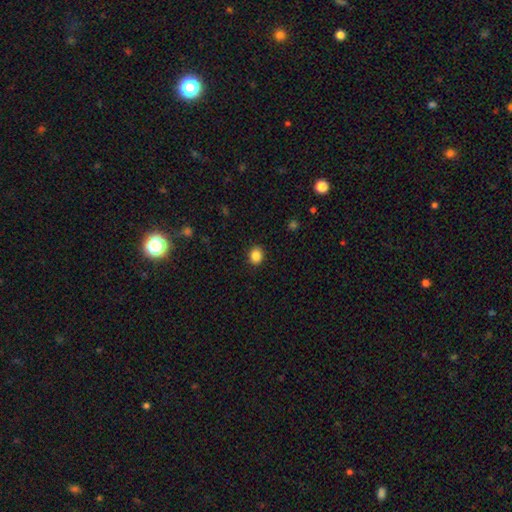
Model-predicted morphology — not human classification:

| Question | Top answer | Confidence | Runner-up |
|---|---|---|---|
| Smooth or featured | smooth | 86% | star or artifact (10%) |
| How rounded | round | 67% | in between (33%) |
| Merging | none | 90% | minor disturbance (7%) |